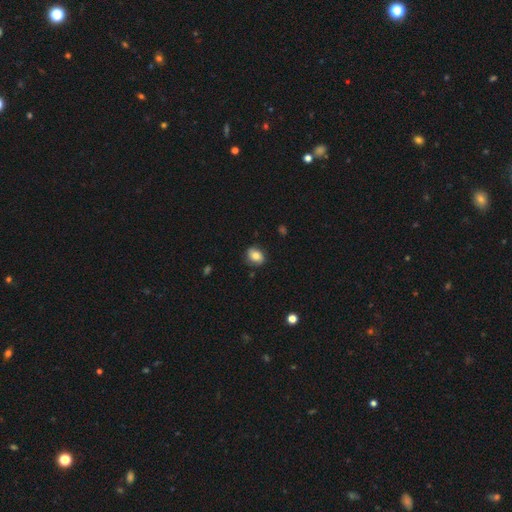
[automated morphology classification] The model was most divided on "how rounded": in between: 57%, round: 42%, cigar-shaped: 1%. More confident: merging — none (79%); smooth or featured — smooth (74%).